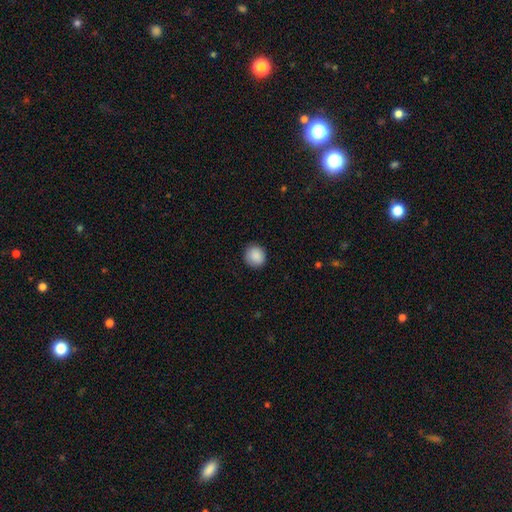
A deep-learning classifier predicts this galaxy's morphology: Smooth or featured: smooth — 89% (star or artifact — 8%)
How rounded: round — 89% (in between — 10%)
Merging: none — 89% (minor disturbance — 8%)